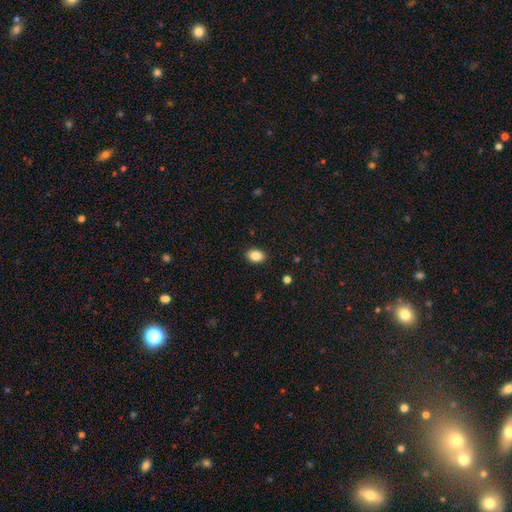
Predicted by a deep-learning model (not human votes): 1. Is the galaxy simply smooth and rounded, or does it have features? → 87% smooth, 9% star or artifact, 5% featured or disk.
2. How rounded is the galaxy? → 79% in between, 20% round, 1% cigar-shaped.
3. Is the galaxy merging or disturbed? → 89% none, 8% minor disturbance, 2% major disturbance, 1% merger.